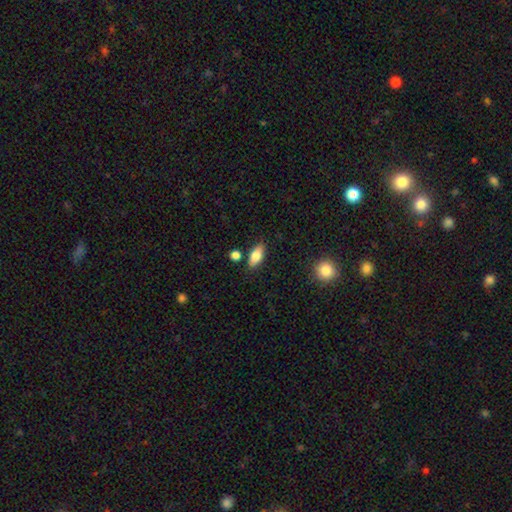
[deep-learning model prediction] Smooth or featured?
  - smooth: 79% *
  - featured or disk: 14%
  - star or artifact: 7%
How rounded?
  - in between: 84% *
  - cigar-shaped: 12%
  - round: 4%
Merging?
  - none: 83% *
  - minor disturbance: 11%
  - merger: 4%
  - major disturbance: 2%